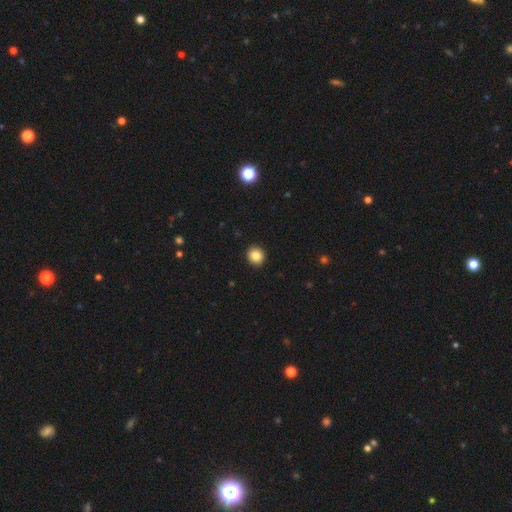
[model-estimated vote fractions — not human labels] Q: Smooth or featured?
A: smooth (86%); runner-up: star or artifact (10%)
Q: How rounded?
A: round (88%); runner-up: in between (11%)
Q: Merging?
A: none (93%); runner-up: minor disturbance (5%)